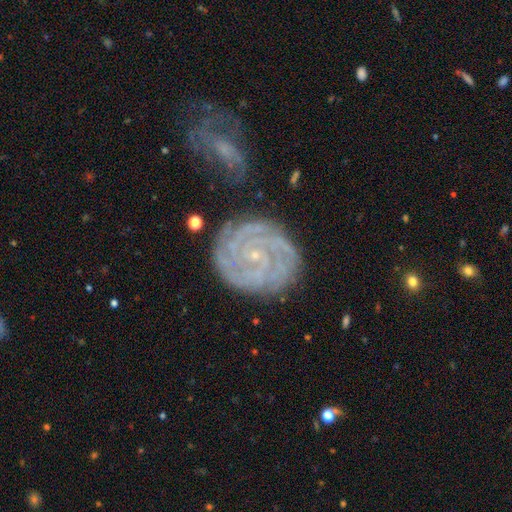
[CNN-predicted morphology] A featured or disk galaxy (86%) with no bar (70%), 4 (26%) tight (82%) spiral arms (97%) and a small central bulge (88%). Merging: none (75%).